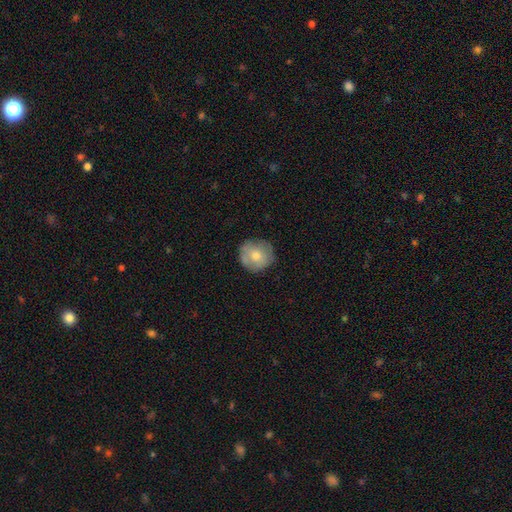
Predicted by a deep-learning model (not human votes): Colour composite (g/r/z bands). It shows a smooth galaxy with no disk features (68%) that is round (91%). Merging: none (78%).